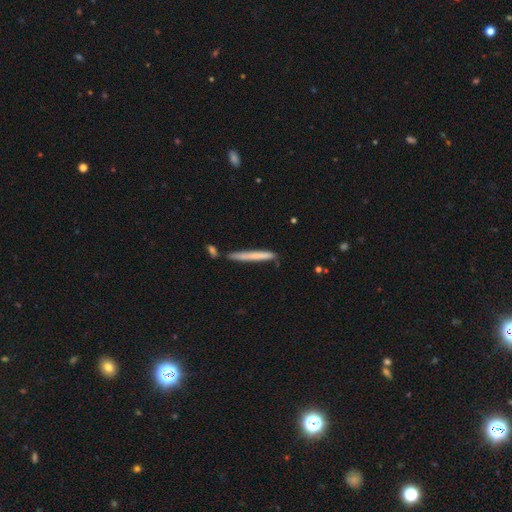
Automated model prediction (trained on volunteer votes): This is likely a smooth galaxy (64%). How rounded: clearly cigar-shaped (97%). Merging: likely none (76%).